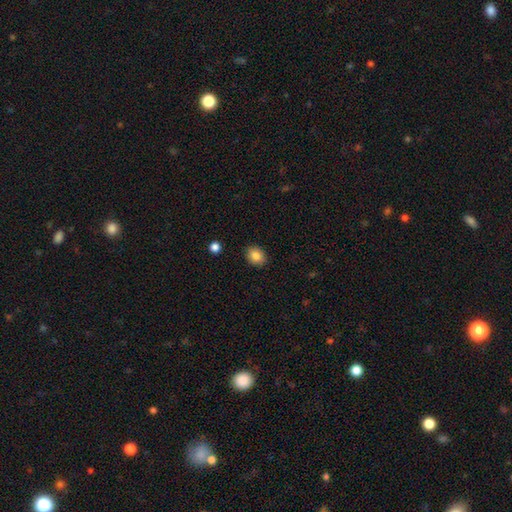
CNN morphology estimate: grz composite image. It shows a smooth galaxy with no disk features (85%) that is round (52%). Merging: none (90%).